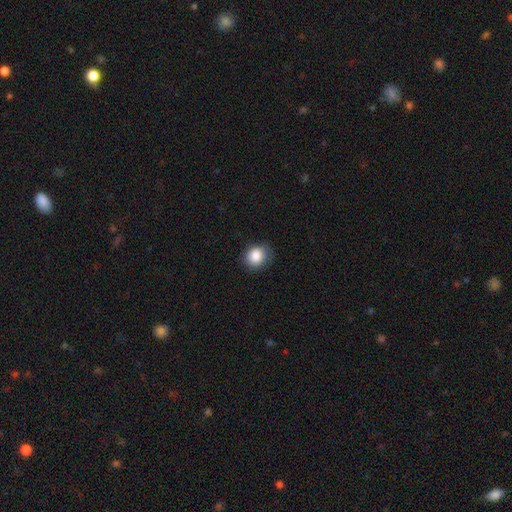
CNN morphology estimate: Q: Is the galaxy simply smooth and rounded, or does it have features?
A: smooth — 86%.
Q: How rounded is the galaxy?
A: round — 66%.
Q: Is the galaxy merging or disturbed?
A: none — 77%.